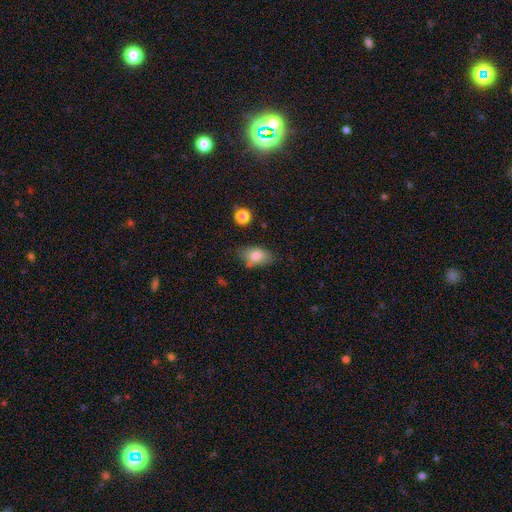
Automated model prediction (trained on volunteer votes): Q: Smooth or featured?
A: smooth (81%); runner-up: featured or disk (10%)
Q: How rounded?
A: in between (87%); runner-up: round (10%)
Q: Merging?
A: none (65%); runner-up: minor disturbance (23%)